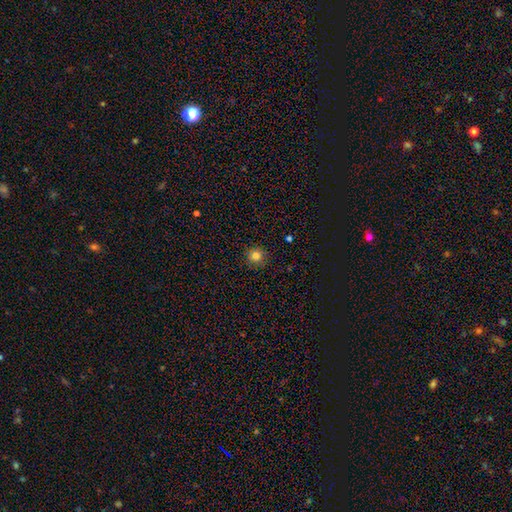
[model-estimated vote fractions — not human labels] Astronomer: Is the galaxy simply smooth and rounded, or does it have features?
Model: smooth — 82%.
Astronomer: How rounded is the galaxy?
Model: round — 94%.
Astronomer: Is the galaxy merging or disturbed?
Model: none — 91%.